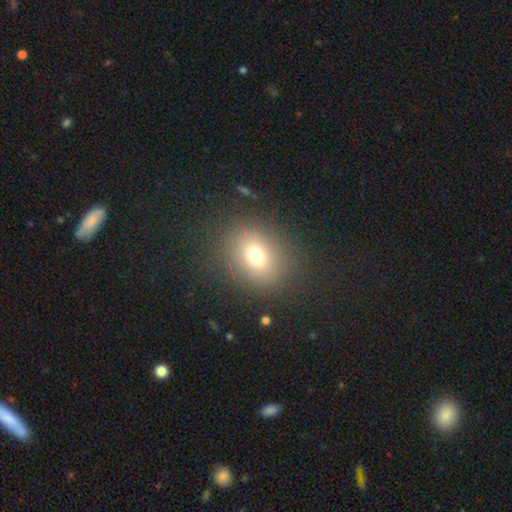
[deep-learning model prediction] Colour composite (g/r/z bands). It shows a smooth galaxy with no disk features (73%) that is round (54%). Merging: none (83%).